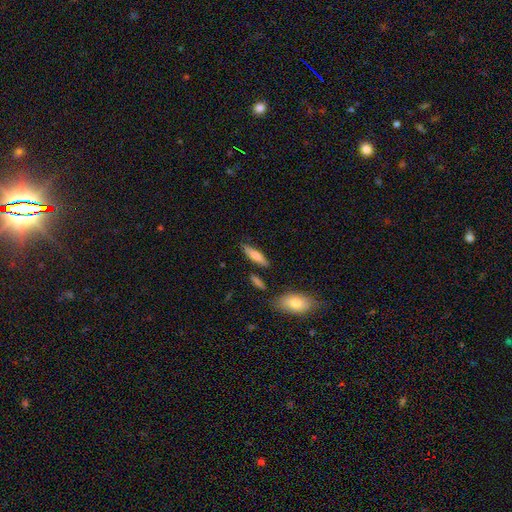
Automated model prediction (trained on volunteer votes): Smooth or featured? smooth (64%)
How rounded? cigar-shaped (66%)
Merging? none (81%)